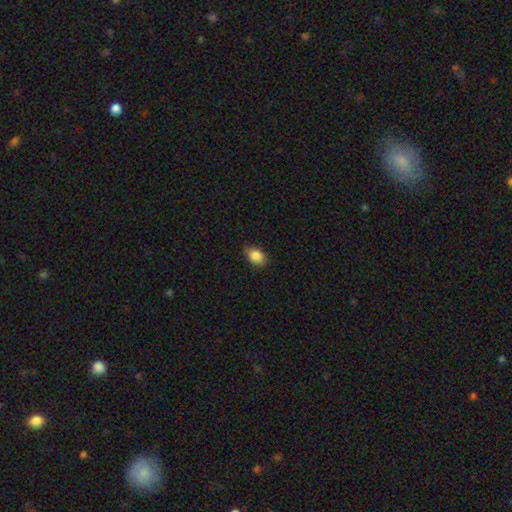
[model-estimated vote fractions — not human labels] Smooth or featured? smooth (87%)
How rounded? in between (80%)
Merging? none (83%)